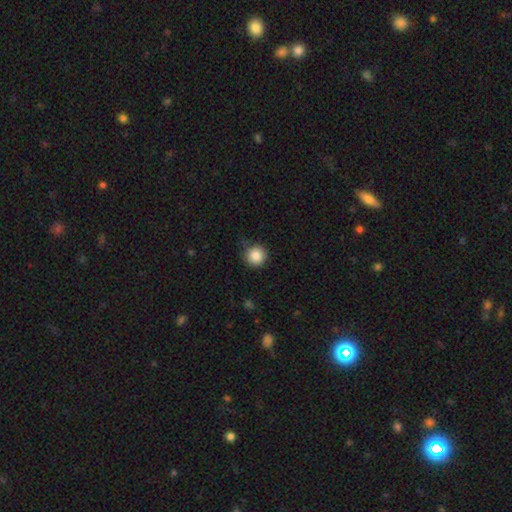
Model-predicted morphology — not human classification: Q: Smooth or featured?
A: smooth (86%); runner-up: star or artifact (9%)
Q: How rounded?
A: round (95%); runner-up: in between (4%)
Q: Merging?
A: none (82%); runner-up: minor disturbance (14%)